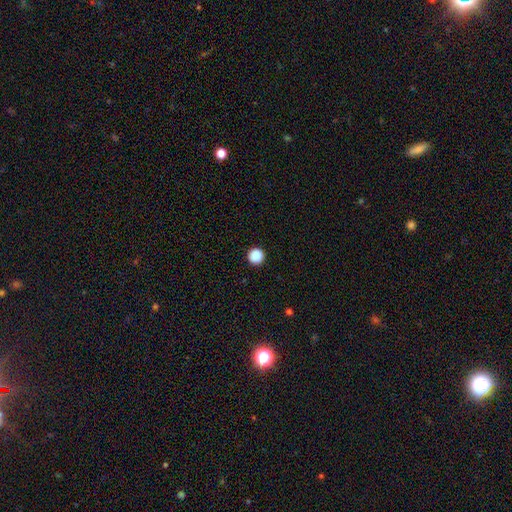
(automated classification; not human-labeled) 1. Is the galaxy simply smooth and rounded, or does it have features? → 89% smooth, 9% star or artifact, 2% featured or disk.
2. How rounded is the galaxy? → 97% round, 2% in between, 1% cigar-shaped.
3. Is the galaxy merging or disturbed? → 94% none, 4% minor disturbance, 1% major disturbance, 1% merger.